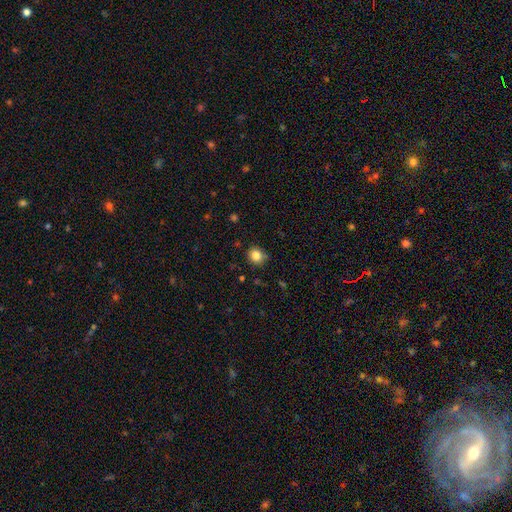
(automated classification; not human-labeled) smooth-or-featured: smooth: 83% | star or artifact: 11% | featured or disk: 6%
  how-rounded: round: 84% | in between: 15% | cigar-shaped: 1%
  merging: none: 84% | minor disturbance: 12% | major disturbance: 2% | merger: 2%